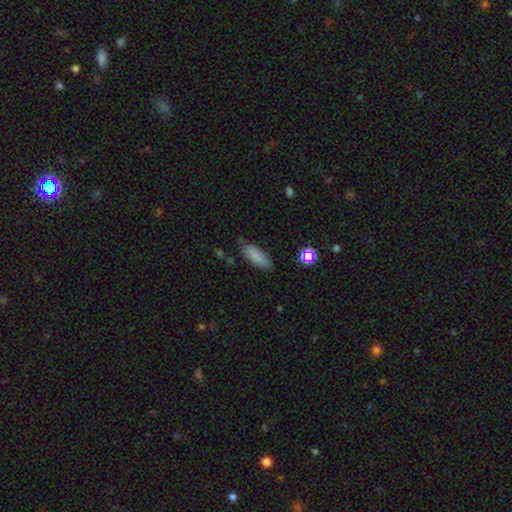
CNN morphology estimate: A smooth galaxy with no disk features (83%) that is in between round and cigar-shaped (65%). Merging: none (74%).